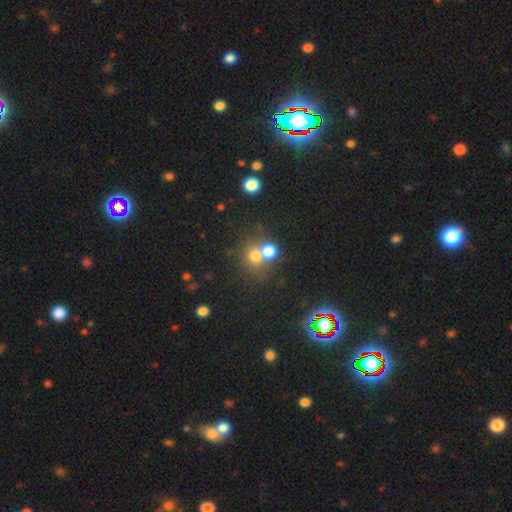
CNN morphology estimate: Smooth or featured: smooth — 71% (star or artifact — 16%)
How rounded: round — 79% (in between — 20%)
Merging: merger — 54% (none — 36%)